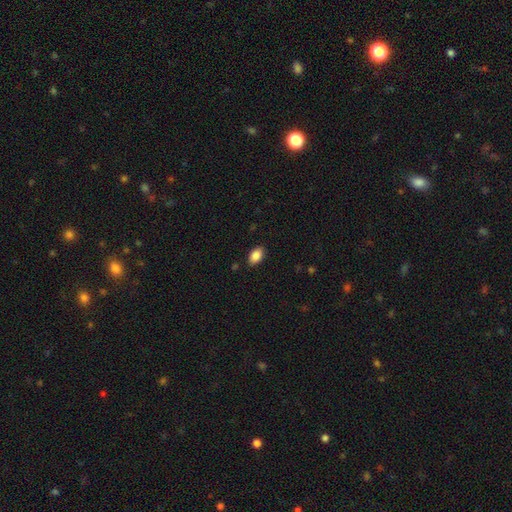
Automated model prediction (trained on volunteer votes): smooth_or_featured: smooth (p=0.87) [alt: star or artifact p=0.08]
how_rounded: in between (p=0.91) [alt: round p=0.07]
merging: none (p=0.87) [alt: minor disturbance p=0.10]